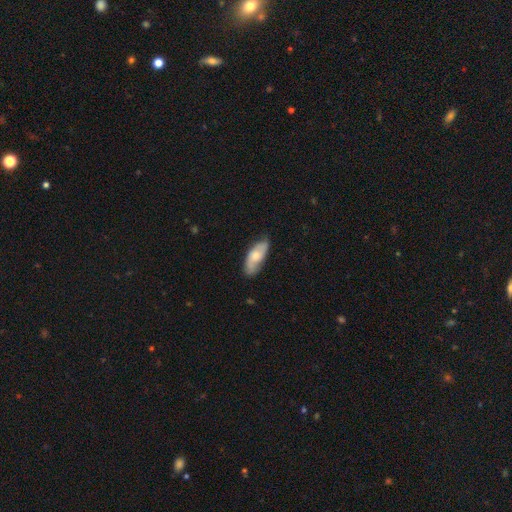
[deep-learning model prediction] smooth_or_featured: smooth (p=0.57) [alt: featured or disk p=0.37]
how_rounded: in between (p=0.82) [alt: cigar-shaped p=0.16]
merging: none (p=0.70) [alt: minor disturbance p=0.24]